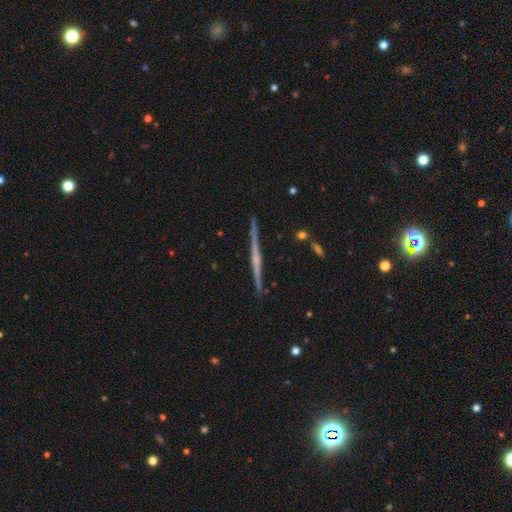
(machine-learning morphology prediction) Overall: featured or disk (79%). Edge-on disk: yes (98%). Edge-on bulge: rounded (50%; none 39%). Merging: none (92%).